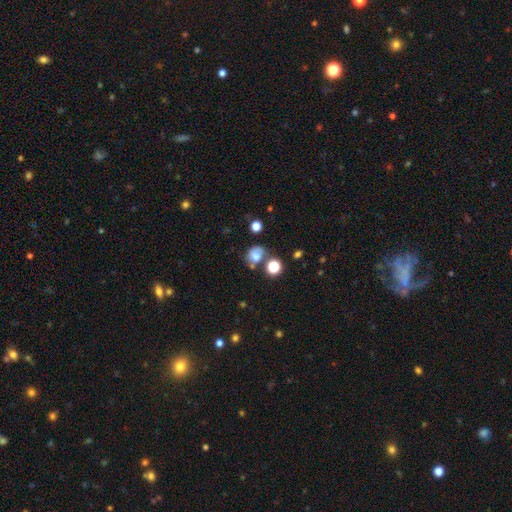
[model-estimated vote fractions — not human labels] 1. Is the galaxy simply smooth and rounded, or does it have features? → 65% smooth, 18% featured or disk, 17% star or artifact.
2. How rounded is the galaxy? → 58% round, 41% in between, 1% cigar-shaped.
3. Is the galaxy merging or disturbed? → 50% none, 21% minor disturbance, 18% merger, 11% major disturbance.